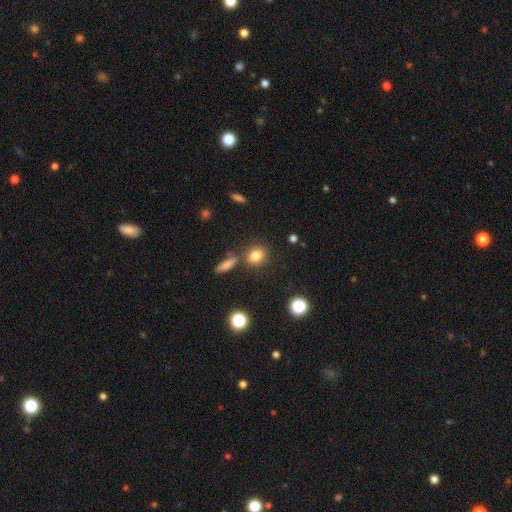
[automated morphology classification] Smooth or featured? smooth (80%)
How rounded? round (62%)
Merging? none (76%)